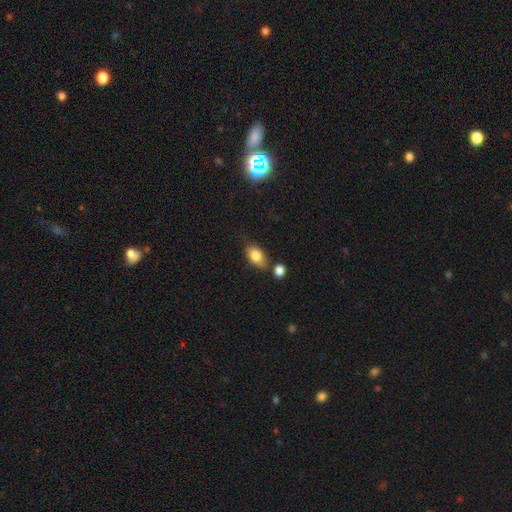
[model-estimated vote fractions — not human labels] smooth-or-featured: smooth: 81% | featured or disk: 12% | star or artifact: 8%
  how-rounded: in between: 87% | round: 8% | cigar-shaped: 4%
  merging: none: 65% | minor disturbance: 18% | merger: 13% | major disturbance: 4%